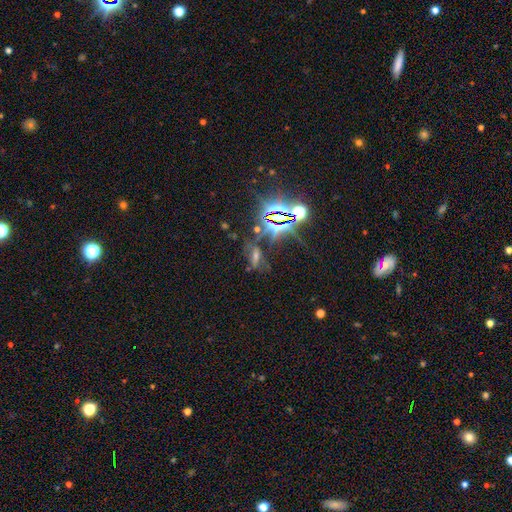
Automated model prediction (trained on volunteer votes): smooth-or-featured: star or artifact: 60% | featured or disk: 21% | smooth: 19%